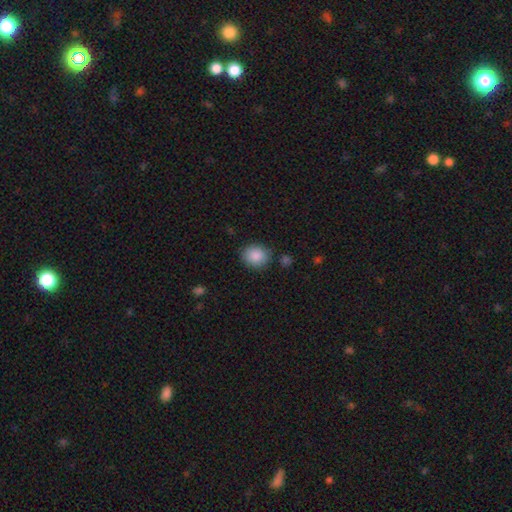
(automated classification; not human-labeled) Smooth or featured: smooth — 88% (star or artifact — 8%)
How rounded: round — 72% (in between — 27%)
Merging: none — 85% (minor disturbance — 10%)